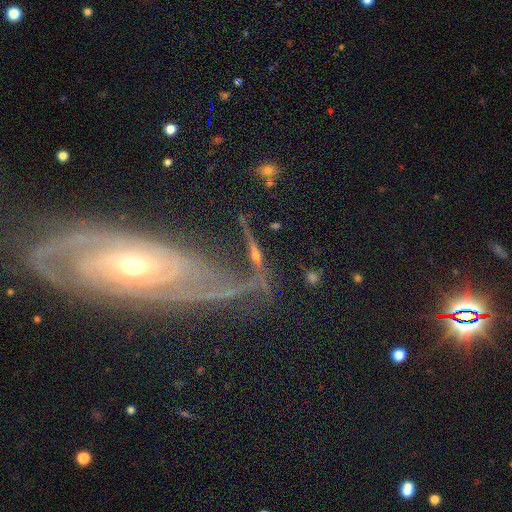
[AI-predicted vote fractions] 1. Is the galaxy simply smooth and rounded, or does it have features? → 59% featured or disk, 21% star or artifact, 20% smooth.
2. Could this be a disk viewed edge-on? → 72% yes, 28% no.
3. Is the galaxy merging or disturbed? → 63% none, 16% minor disturbance, 11% merger, 11% major disturbance.